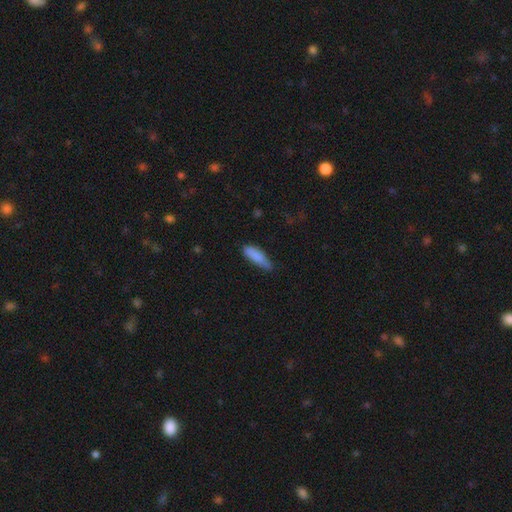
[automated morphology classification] This appears to be a smooth galaxy with no disk features (85%) that is cigar-shaped (55%). Merging: none (58%).